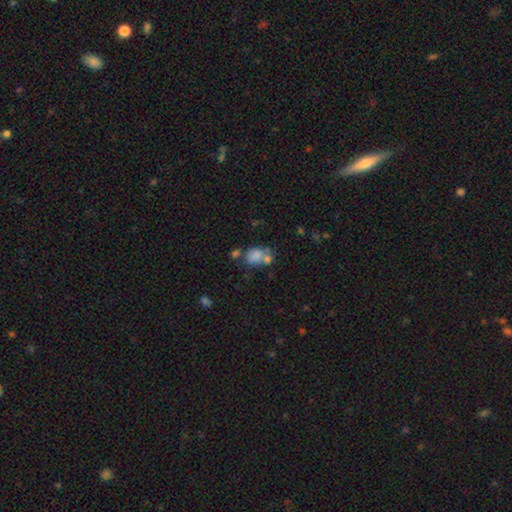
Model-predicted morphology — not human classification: This appears to be a smooth galaxy with no disk features (74%) that is in between round and cigar-shaped (65%). Merging: merger (40%).